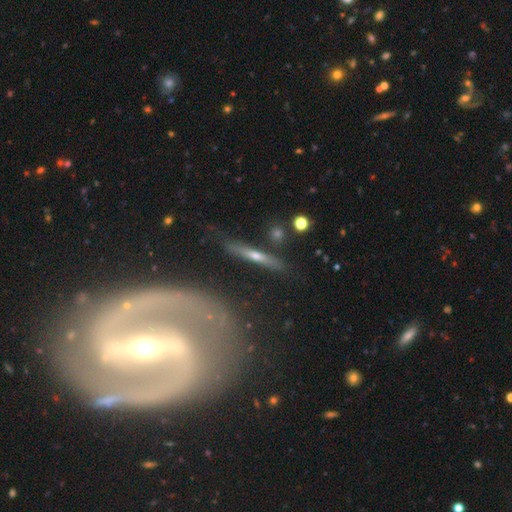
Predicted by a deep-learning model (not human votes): A featured or disk galaxy (54%) viewed edge-on (87%).

Vote fractions:
- Smooth or featured? featured or disk: 54% / smooth: 38% / star or artifact: 8%
- Edge-on disk? yes: 87% / no: 13%
- Merging? none: 82% / minor disturbance: 11% / merger: 4% / major disturbance: 3%